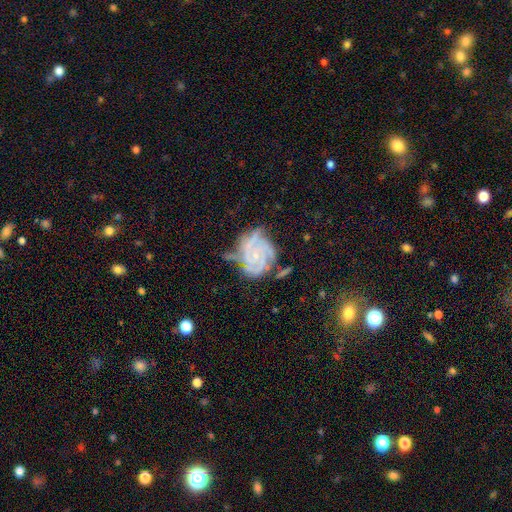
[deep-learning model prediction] Morphology: type=featured or disk (84%); edge-on=no (98%); bar=no (71%); spiral arms=yes (97%); winding=tight (70%); arm count=3 (34%); bulge=small (77%); merging=none (54%).